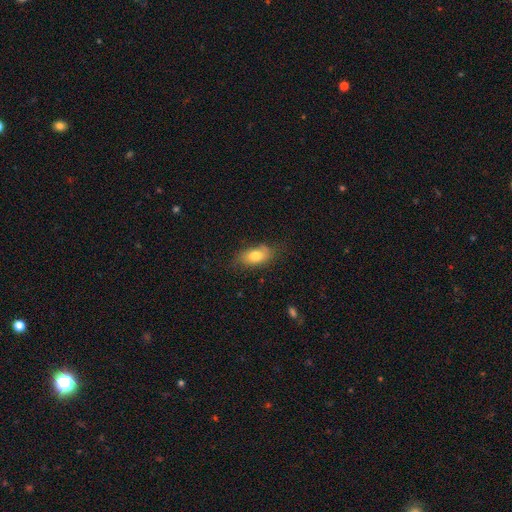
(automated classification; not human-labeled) Smooth or featured? smooth (73%)
How rounded? in between (89%)
Merging? none (66%)